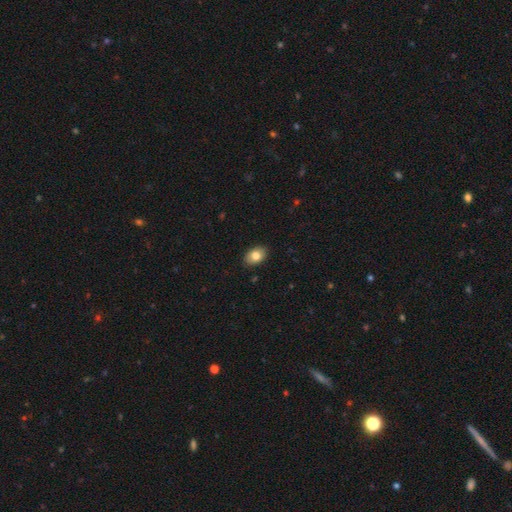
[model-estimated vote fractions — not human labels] Smooth or featured? Predicted: smooth (p=0.82). How rounded? Predicted: in between (p=0.84). Merging? Predicted: none (p=0.89).